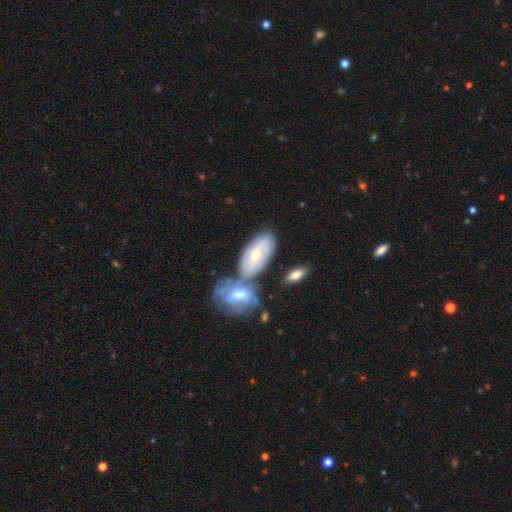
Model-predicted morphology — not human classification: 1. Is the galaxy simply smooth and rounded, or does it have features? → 58% featured or disk, 35% smooth, 7% star or artifact.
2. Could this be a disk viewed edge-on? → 90% no, 10% yes.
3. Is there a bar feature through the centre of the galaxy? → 61% no, 32% weak, 7% strong.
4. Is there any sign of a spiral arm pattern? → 78% yes, 22% no.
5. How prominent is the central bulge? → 46% small (tied), 46% moderate (tied), 4% none, 4% large, 1% dominant.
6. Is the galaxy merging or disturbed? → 41% none, 39% merger, 15% minor disturbance, 5% major disturbance.